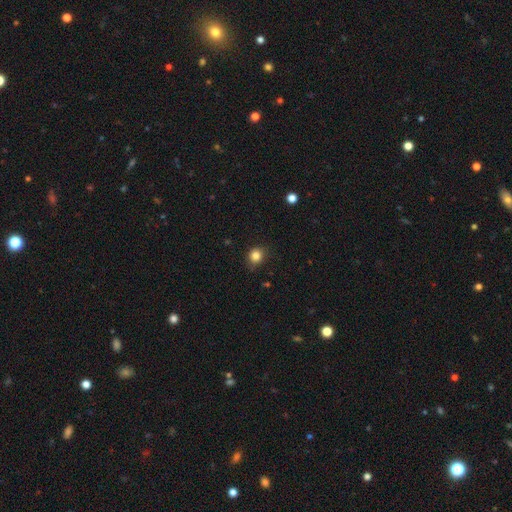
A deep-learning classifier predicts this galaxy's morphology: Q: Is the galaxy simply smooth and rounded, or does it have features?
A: smooth — 84%.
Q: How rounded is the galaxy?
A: round — 80%.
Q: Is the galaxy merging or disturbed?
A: none — 81%.